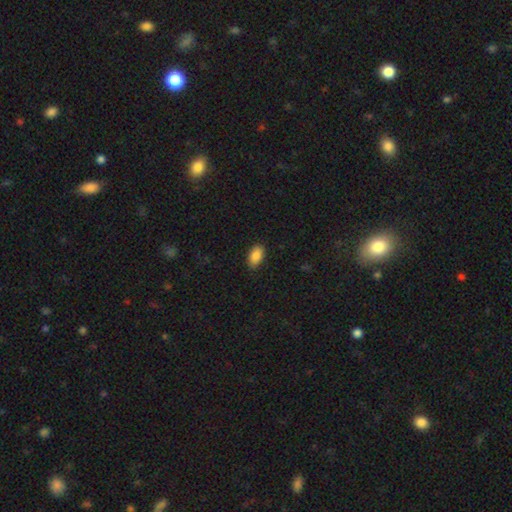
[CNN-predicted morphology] Smooth or featured? smooth (88%)
How rounded? in between (94%)
Merging? none (86%)